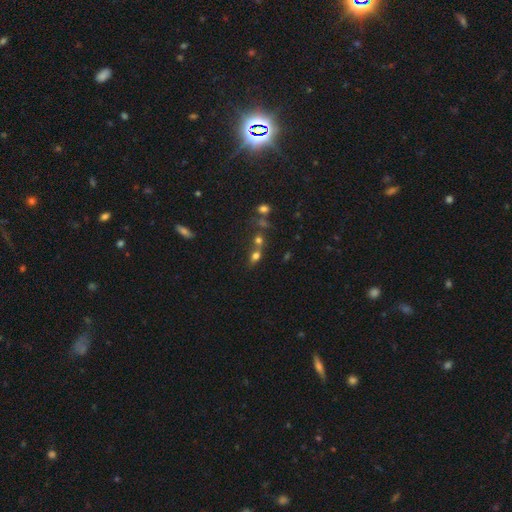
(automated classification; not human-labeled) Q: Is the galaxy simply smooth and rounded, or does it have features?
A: smooth — 67%.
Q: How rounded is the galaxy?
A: in between — 50%.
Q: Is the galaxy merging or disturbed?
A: merger — 50%.